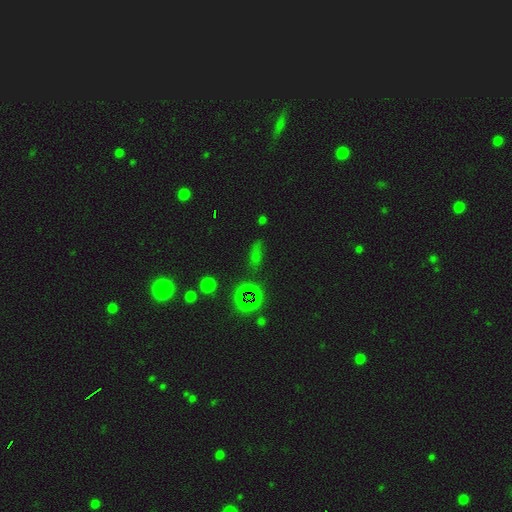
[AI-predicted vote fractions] This is possibly a smooth galaxy (52%). How rounded: possibly in between (60%). Merging: likely none (70%).